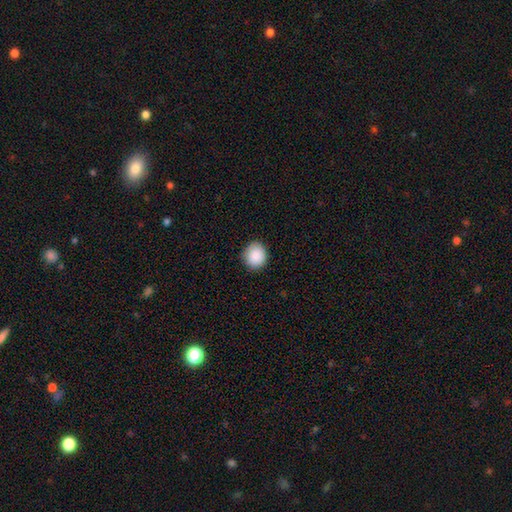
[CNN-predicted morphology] Q: Smooth or featured?
A: smooth (89%); runner-up: star or artifact (8%)
Q: How rounded?
A: round (79%); runner-up: in between (20%)
Q: Merging?
A: none (89%); runner-up: minor disturbance (8%)